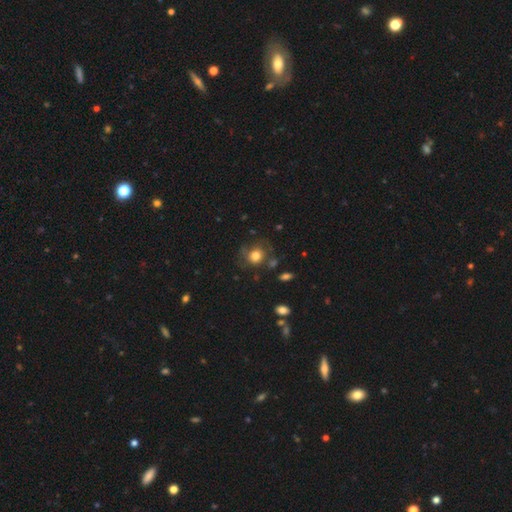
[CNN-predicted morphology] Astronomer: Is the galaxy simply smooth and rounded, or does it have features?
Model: smooth — 75%.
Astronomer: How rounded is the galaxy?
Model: round — 78%.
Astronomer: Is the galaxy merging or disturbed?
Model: none — 60%.